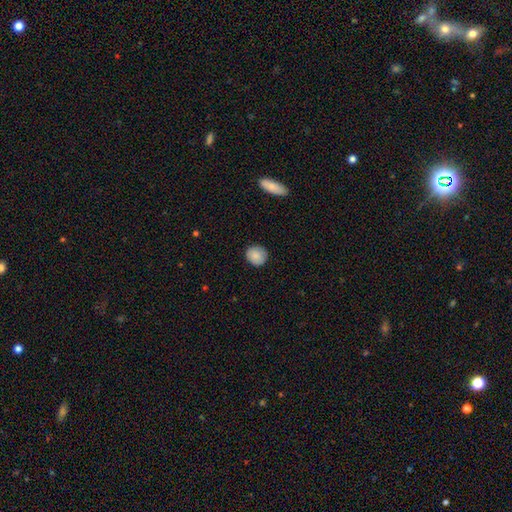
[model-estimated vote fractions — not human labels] This appears to be a smooth galaxy with no disk features (86%) that is round (86%). Merging: none (88%).